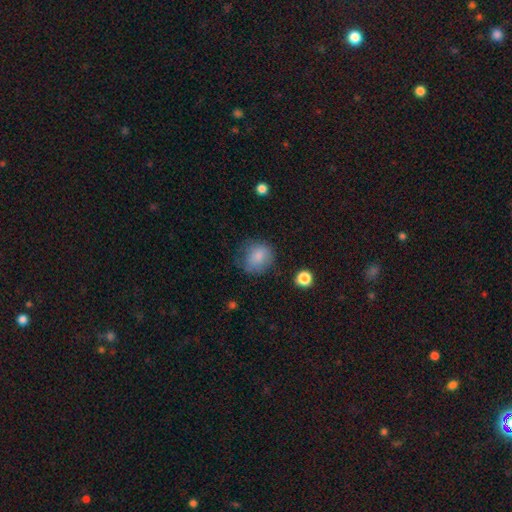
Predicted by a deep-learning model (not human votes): A smooth galaxy with no disk features (80%) that is round (70%).

Vote fractions:
- Smooth or featured? smooth: 80% / featured or disk: 11% / star or artifact: 10%
- How rounded? round: 70% / in between: 29% / cigar-shaped: 1%
- Merging? none: 59% / minor disturbance: 27% / major disturbance: 11% / merger: 2%